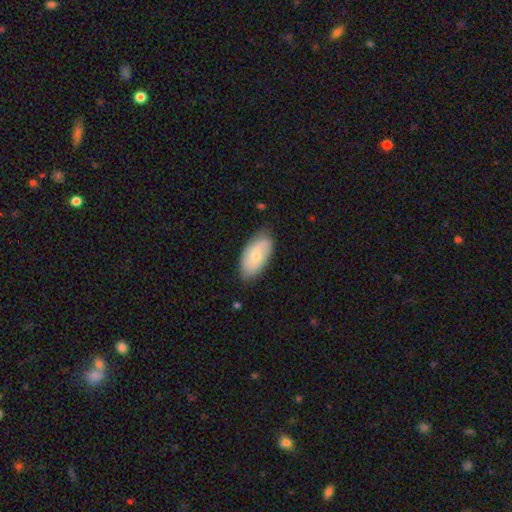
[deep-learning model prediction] This is possibly a smooth galaxy (58%). How rounded: clearly in between (93%). Merging: likely none (77%).